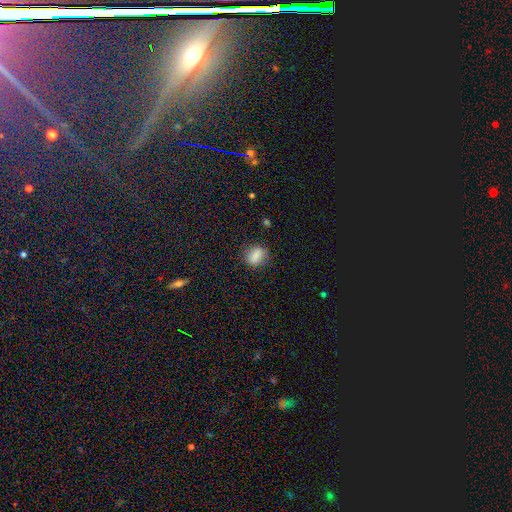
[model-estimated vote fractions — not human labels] Smooth or featured: smooth — 82% (star or artifact — 10%)
How rounded: in between — 58% (round — 39%)
Merging: none — 77% (minor disturbance — 16%)